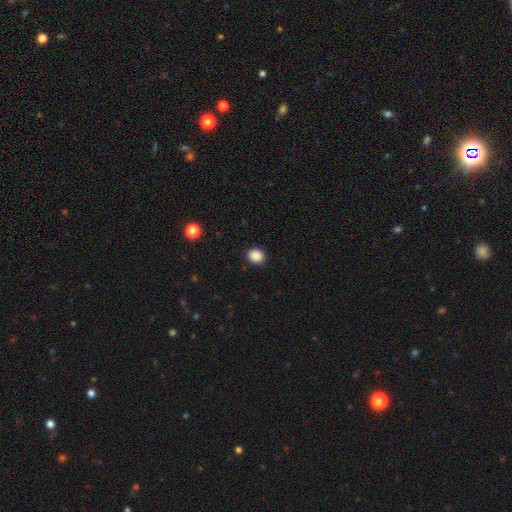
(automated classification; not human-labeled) A smooth galaxy with no disk features (88%) that is round (75%). Merging: none (91%).